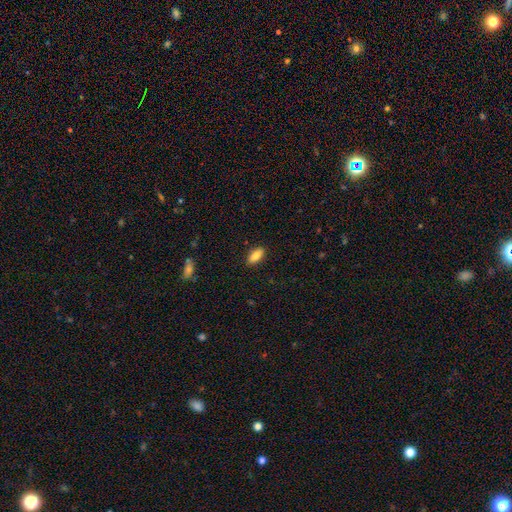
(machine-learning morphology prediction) The model was most divided on "how rounded": in between: 81%, cigar-shaped: 16%, round: 3%. More confident: merging — none (89%); smooth or featured — smooth (82%).